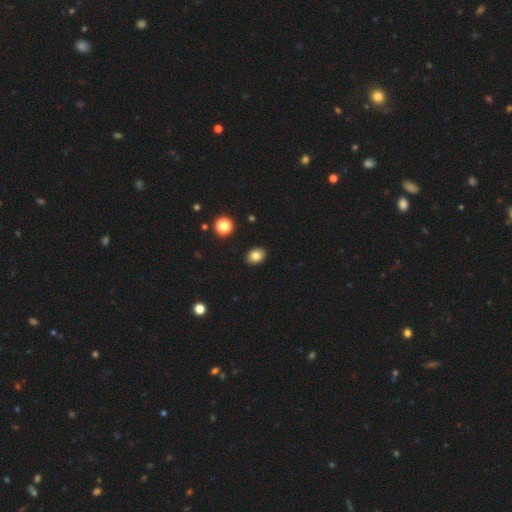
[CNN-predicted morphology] A smooth galaxy with no disk features (82%) that is in between round and cigar-shaped (67%).

Vote fractions:
- Smooth or featured? smooth: 82% / star or artifact: 10% / featured or disk: 8%
- How rounded? in between: 67% / round: 32% / cigar-shaped: 1%
- Merging? none: 90% / minor disturbance: 7% / major disturbance: 2% / merger: 1%